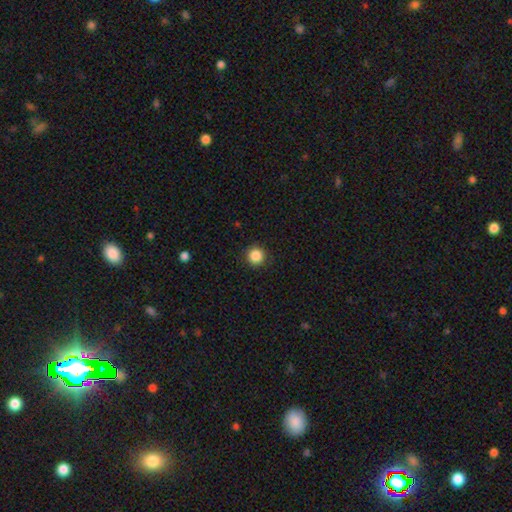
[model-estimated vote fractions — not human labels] This appears to be a smooth galaxy with no disk features (87%) that is round (95%). Merging: none (92%).